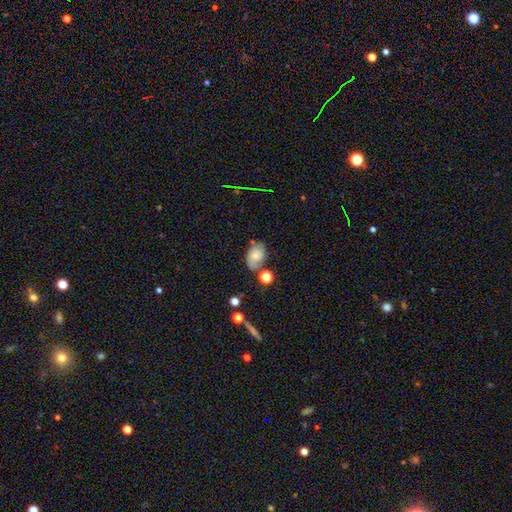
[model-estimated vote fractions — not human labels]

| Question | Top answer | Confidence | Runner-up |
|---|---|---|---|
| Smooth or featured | smooth | 60% | featured or disk (29%) |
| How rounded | in between | 75% | round (24%) |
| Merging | none | 54% | minor disturbance (25%) |